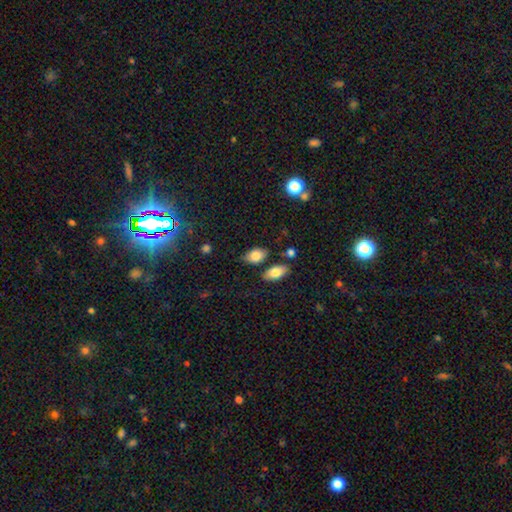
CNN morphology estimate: A smooth galaxy with no disk features (82%) that is in between round and cigar-shaped (88%).

Vote fractions:
- Smooth or featured? smooth: 82% / featured or disk: 10% / star or artifact: 8%
- How rounded? in between: 88% / round: 10% / cigar-shaped: 2%
- Merging? none: 71% / minor disturbance: 17% / merger: 8% / major disturbance: 4%